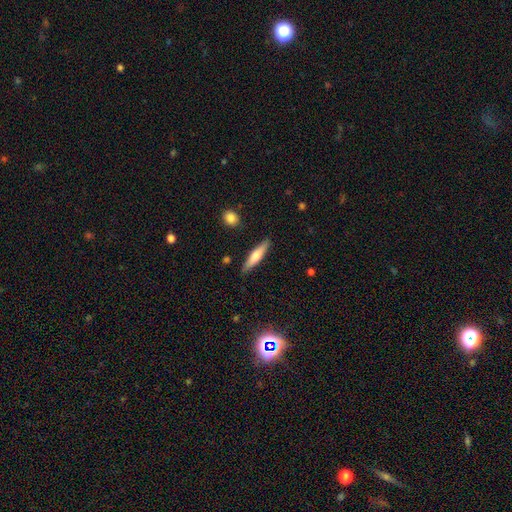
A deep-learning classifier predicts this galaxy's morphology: This is possibly a smooth galaxy (56%). How rounded: clearly cigar-shaped (82%). Merging: clearly none (88%).